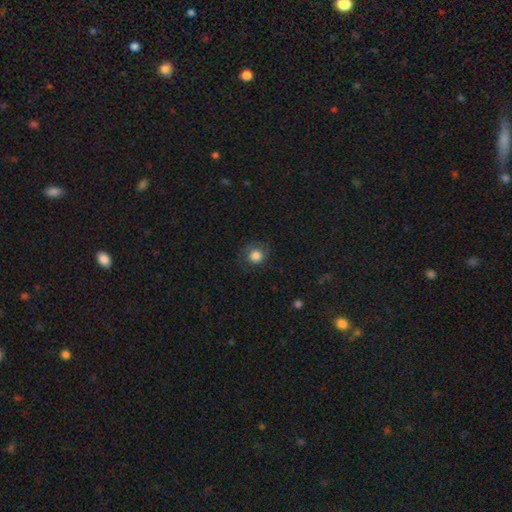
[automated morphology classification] Smooth or featured? Predicted: smooth (p=0.82). How rounded? Predicted: round (p=0.88). Merging? Predicted: none (p=0.77).